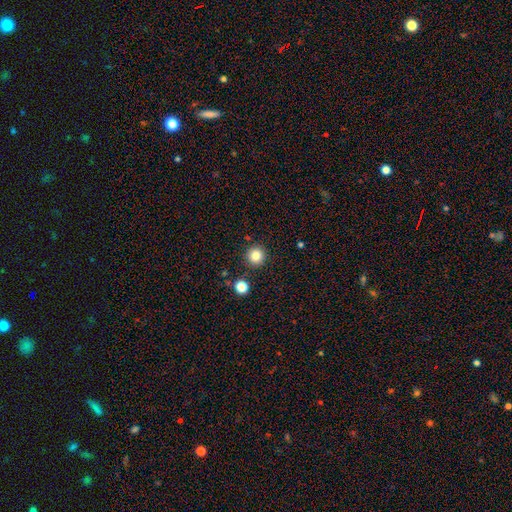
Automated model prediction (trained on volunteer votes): A smooth galaxy with no disk features (82%) that is round (95%).

Vote fractions:
- Smooth or featured? smooth: 82% / star or artifact: 12% / featured or disk: 6%
- How rounded? round: 95% / in between: 4% / cigar-shaped: 1%
- Merging? none: 90% / minor disturbance: 6% / merger: 3% / major disturbance: 2%